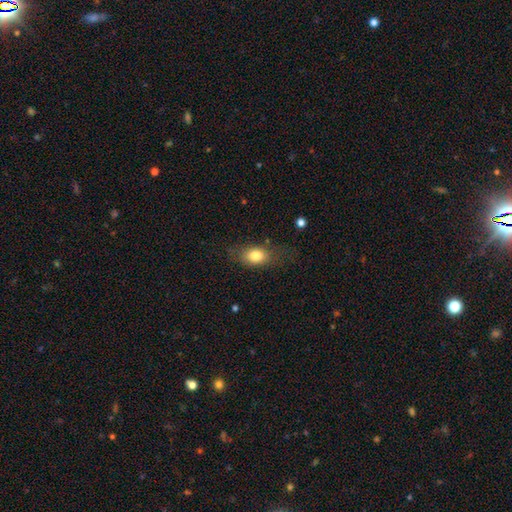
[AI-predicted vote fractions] Smooth or featured: smooth — 79% (featured or disk — 12%)
How rounded: in between — 78% (round — 18%)
Merging: none — 67% (minor disturbance — 21%)